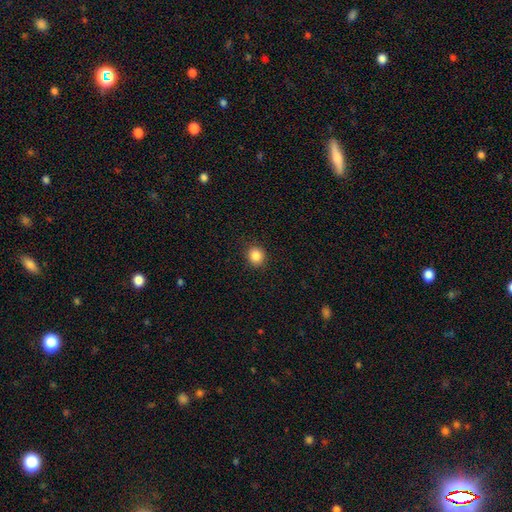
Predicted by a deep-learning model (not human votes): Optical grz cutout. It shows a smooth galaxy with no disk features (86%) that is round (85%). Merging: none (91%).